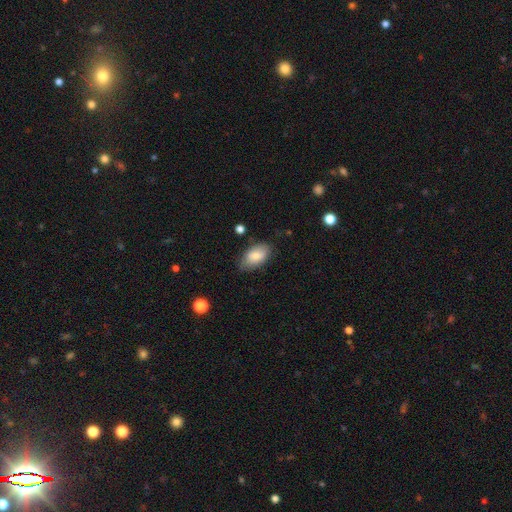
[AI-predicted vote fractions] Smooth or featured? smooth (81%)
How rounded? in between (93%)
Merging? none (72%)